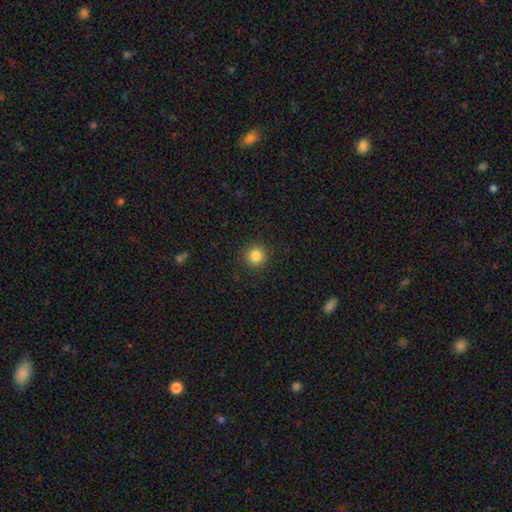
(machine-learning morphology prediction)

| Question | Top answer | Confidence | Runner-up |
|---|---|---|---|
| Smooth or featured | smooth | 84% | star or artifact (12%) |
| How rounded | round | 94% | in between (5%) |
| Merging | none | 91% | minor disturbance (5%) |